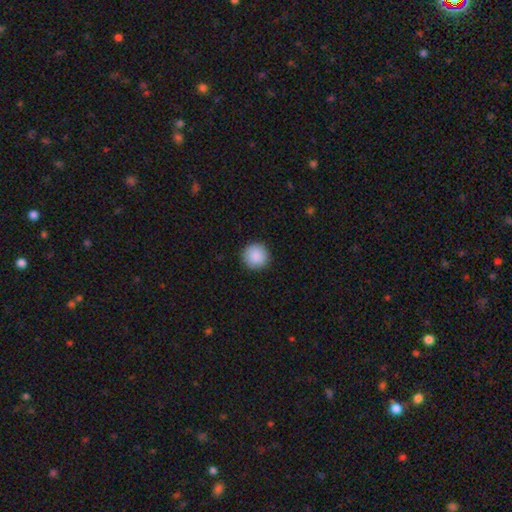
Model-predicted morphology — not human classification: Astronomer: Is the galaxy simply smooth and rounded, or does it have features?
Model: smooth — 90%.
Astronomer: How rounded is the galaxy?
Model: round — 96%.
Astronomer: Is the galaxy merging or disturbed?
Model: none — 93%.